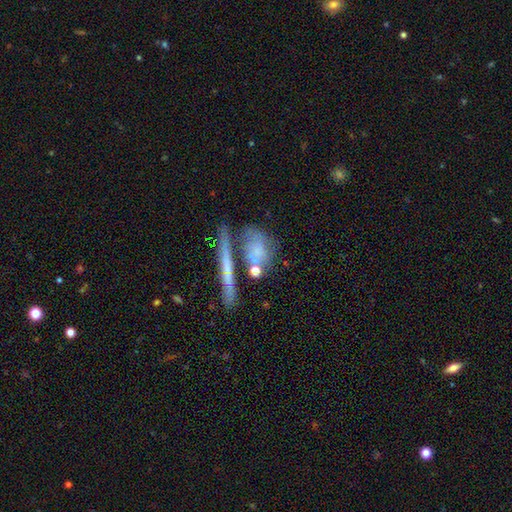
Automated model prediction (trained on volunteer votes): smooth_or_featured: smooth (p=0.55) [alt: featured or disk p=0.36]
how_rounded: round (p=0.34) [tied with: cigar-shaped p=0.34]
merging: none (p=0.51) [alt: merger p=0.21]